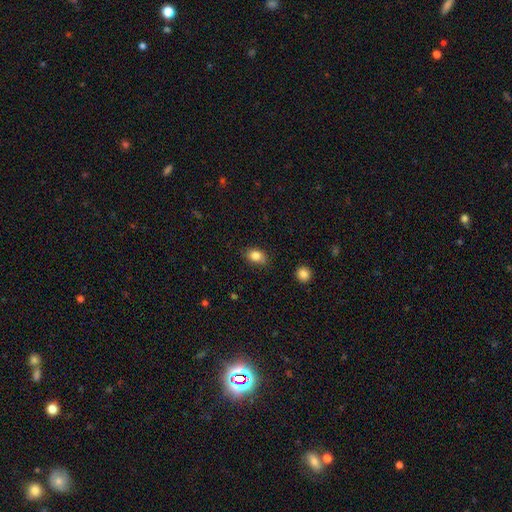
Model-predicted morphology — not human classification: This is clearly a smooth galaxy (84%). How rounded: likely in between (73%). Merging: likely none (77%).